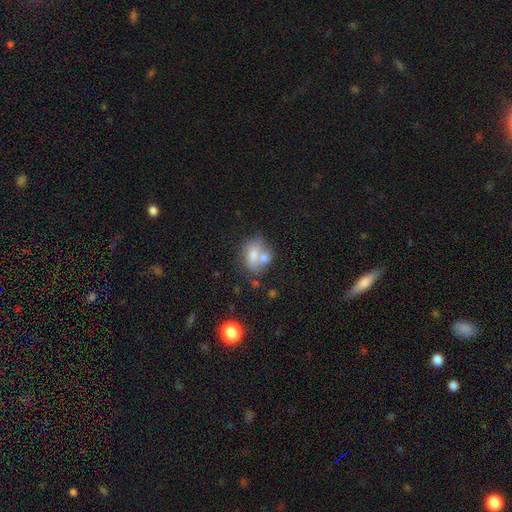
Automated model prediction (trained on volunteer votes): Smooth or featured? Predicted: smooth (p=0.67). How rounded? Predicted: in between (p=0.73). Merging? Predicted: merger (p=0.55).